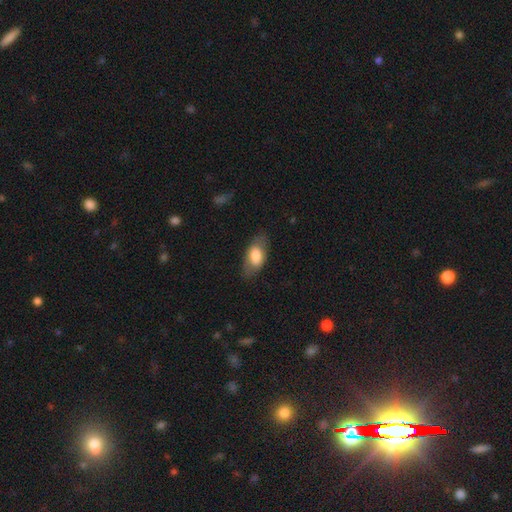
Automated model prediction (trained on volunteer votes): A smooth galaxy with no disk features (72%) that is in between round and cigar-shaped (88%). Merging: none (75%).